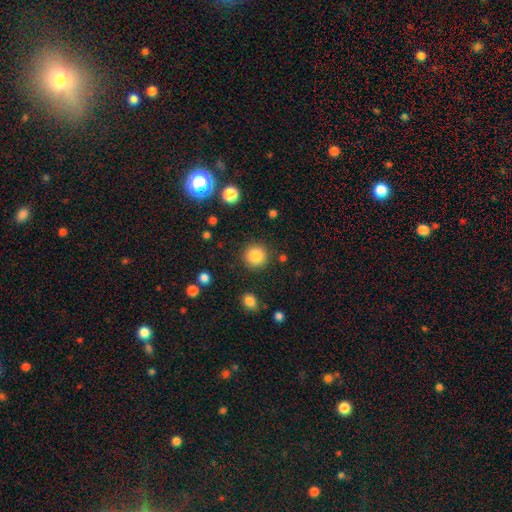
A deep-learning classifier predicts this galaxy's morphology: The model was most divided on "smooth or featured": smooth: 85%, star or artifact: 10%, featured or disk: 5%. More confident: how rounded — round (94%); merging — none (89%).